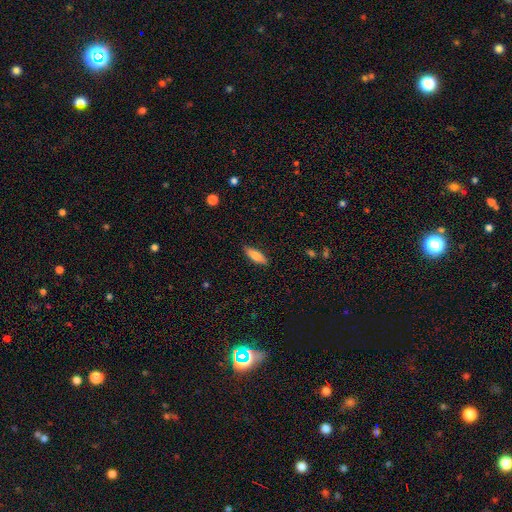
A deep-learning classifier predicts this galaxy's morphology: Smooth or featured: smooth — 80% (featured or disk — 14%)
How rounded: in between — 55% (cigar-shaped — 43%)
Merging: none — 87% (minor disturbance — 9%)